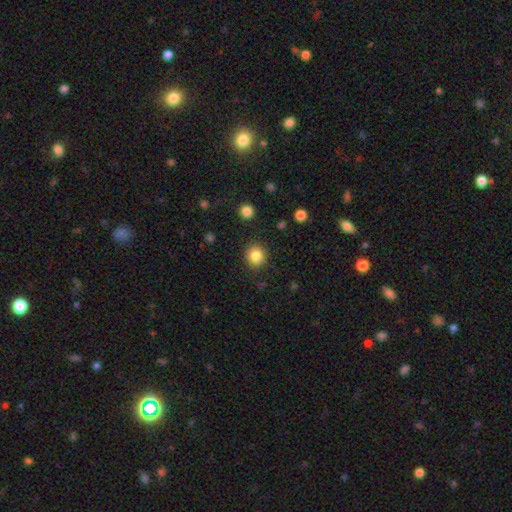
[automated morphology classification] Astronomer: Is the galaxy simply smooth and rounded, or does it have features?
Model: smooth — 84%.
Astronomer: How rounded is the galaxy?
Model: round — 85%.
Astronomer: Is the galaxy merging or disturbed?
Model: none — 88%.